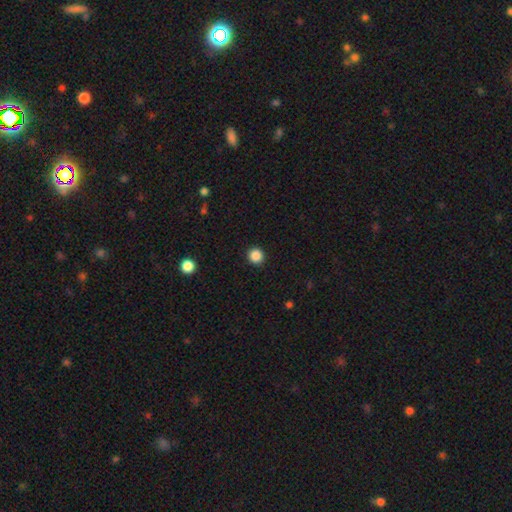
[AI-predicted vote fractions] A smooth galaxy with no disk features (87%) that is round (95%). Merging: none (93%).